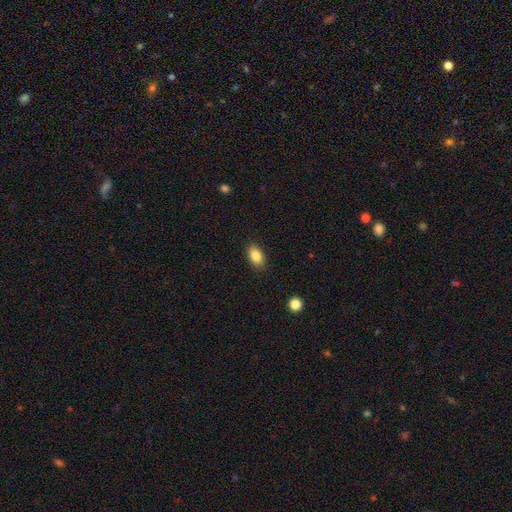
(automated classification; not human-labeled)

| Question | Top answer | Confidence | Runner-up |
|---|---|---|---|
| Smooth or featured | smooth | 86% | star or artifact (8%) |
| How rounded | in between | 90% | round (8%) |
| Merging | none | 88% | minor disturbance (9%) |